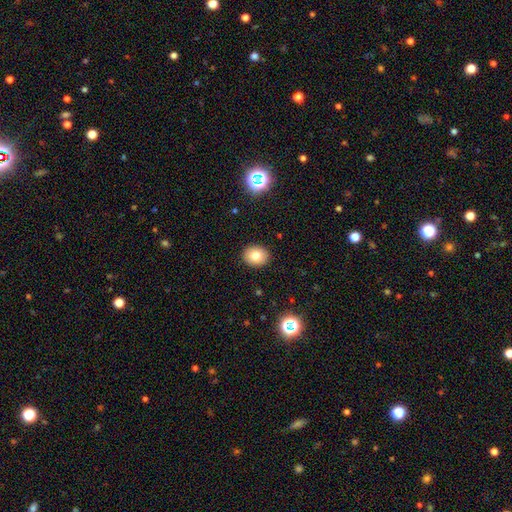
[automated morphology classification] type=smooth (78%); roundness=round (58%); merging=none (90%).